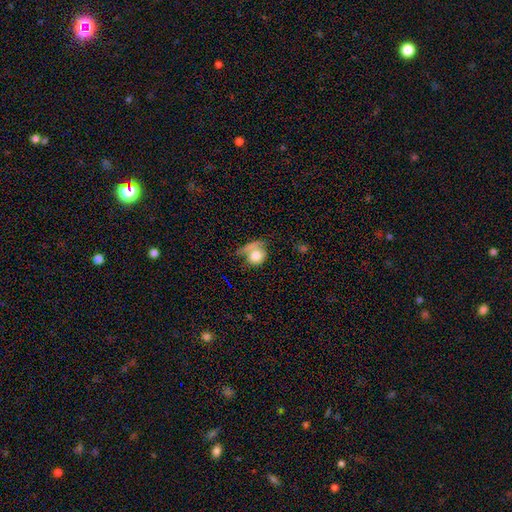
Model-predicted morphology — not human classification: This is likely a smooth galaxy (73%). How rounded: likely round (70%). Merging: marginally none (39%).